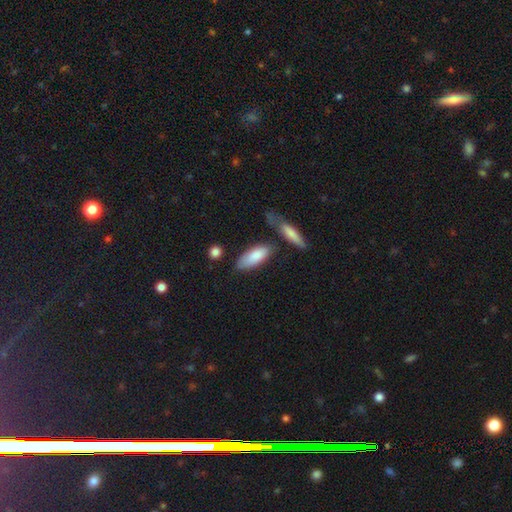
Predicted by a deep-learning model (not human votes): smooth-or-featured: smooth: 81% | featured or disk: 13% | star or artifact: 5%
  how-rounded: in between: 73% | cigar-shaped: 25% | round: 2%
  merging: none: 61% | minor disturbance: 22% | merger: 11% | major disturbance: 6%